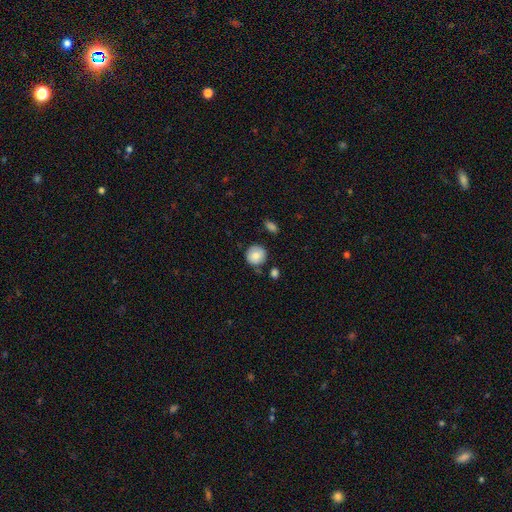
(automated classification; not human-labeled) Smooth or featured?
  - smooth: 81% *
  - featured or disk: 11%
  - star or artifact: 8%
How rounded?
  - round: 92% *
  - in between: 7%
  - cigar-shaped: 1%
Merging?
  - none: 79% *
  - minor disturbance: 13%
  - merger: 5%
  - major disturbance: 3%